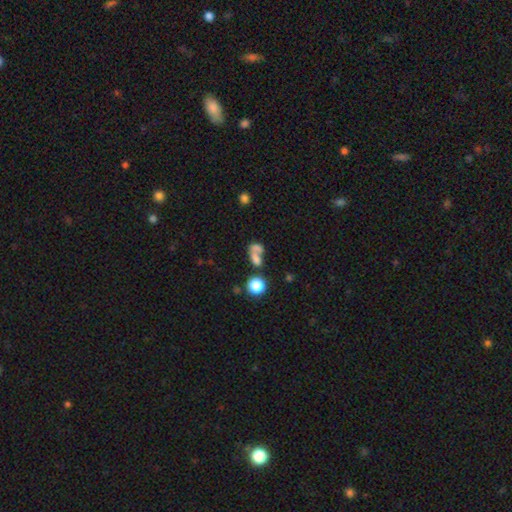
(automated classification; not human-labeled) smooth 58%, featured or disk 24%, star or artifact 18%. Down the decision tree: how rounded — in between (59%); merging — merger (50%).